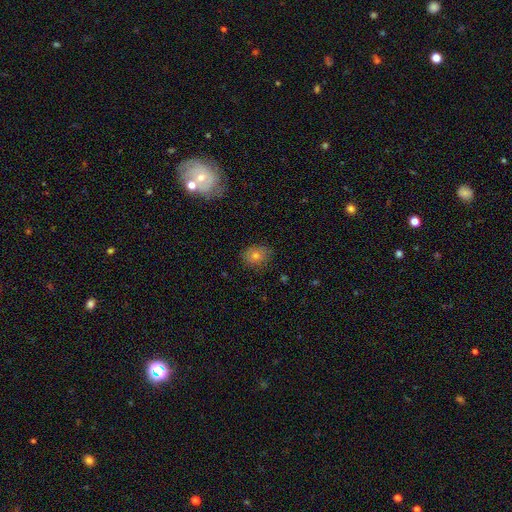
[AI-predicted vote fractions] This is likely a smooth galaxy (70%). How rounded: possibly round (56%). Merging: likely none (80%).